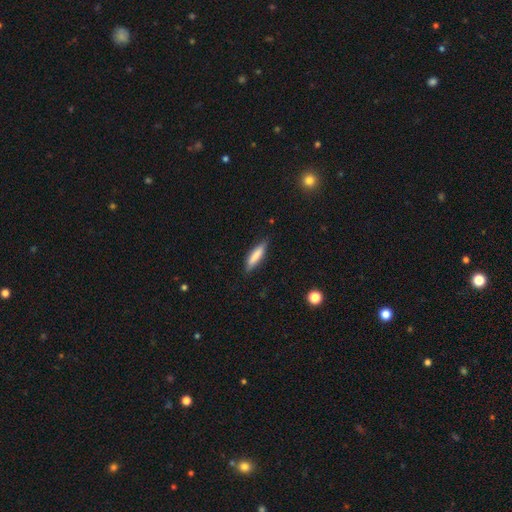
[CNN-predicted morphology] A smooth galaxy with no disk features (77%) that is cigar-shaped (75%). Merging: none (84%).